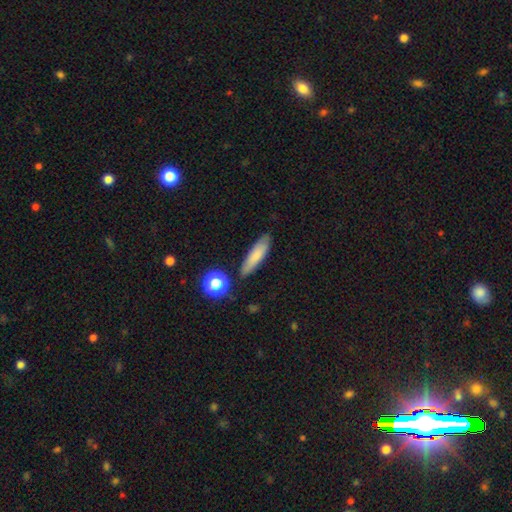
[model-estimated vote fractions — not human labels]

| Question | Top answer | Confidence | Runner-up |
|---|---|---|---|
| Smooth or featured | smooth | 79% | featured or disk (13%) |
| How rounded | cigar-shaped | 67% | in between (31%) |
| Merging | none | 82% | minor disturbance (12%) |